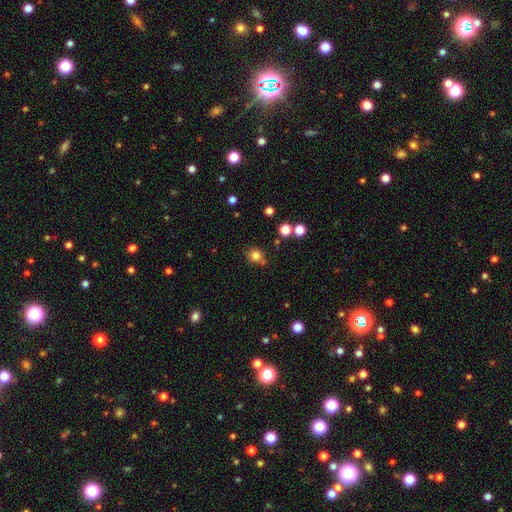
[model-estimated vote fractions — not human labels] A smooth galaxy with no disk features (80%) that is round (88%). Merging: none (78%).